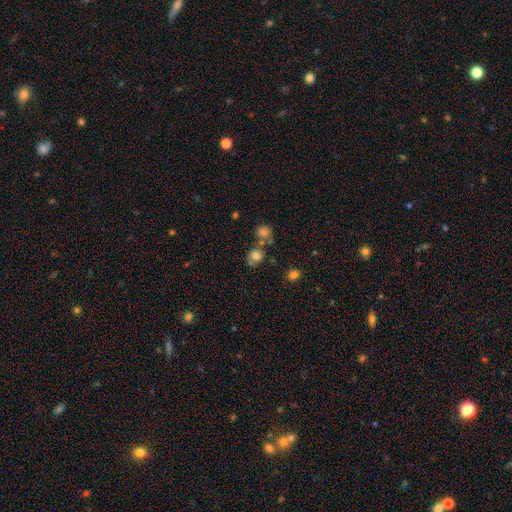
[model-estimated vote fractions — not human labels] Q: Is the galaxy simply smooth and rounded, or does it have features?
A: smooth — 74%.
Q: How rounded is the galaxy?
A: round — 74%.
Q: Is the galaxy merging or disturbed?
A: none — 51%.